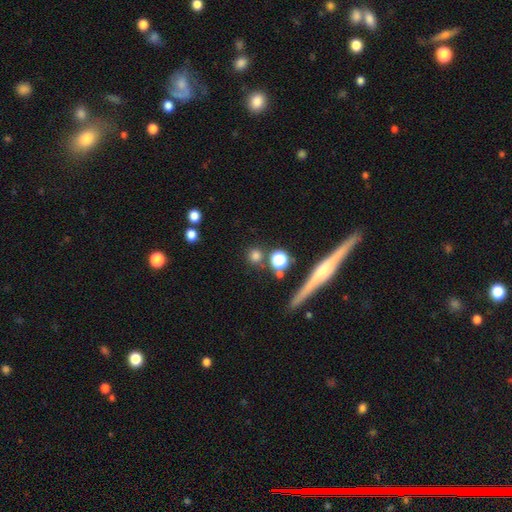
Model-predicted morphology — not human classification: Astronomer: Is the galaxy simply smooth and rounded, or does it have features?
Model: smooth — 75%.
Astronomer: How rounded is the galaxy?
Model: round — 89%.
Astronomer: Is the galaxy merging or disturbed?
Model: none — 80%.